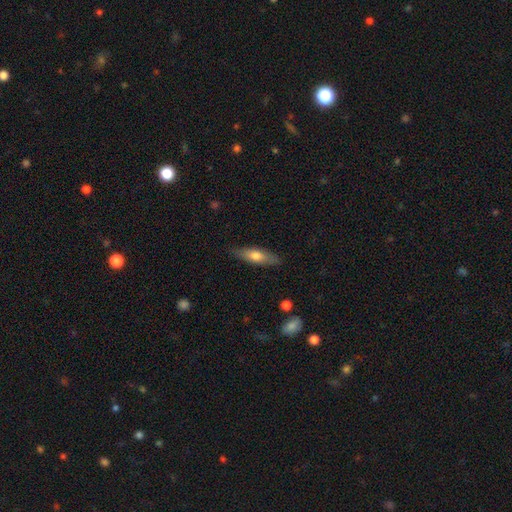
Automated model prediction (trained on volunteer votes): Morphology: type=smooth (62%); roundness=cigar-shaped (56%); merging=none (85%).